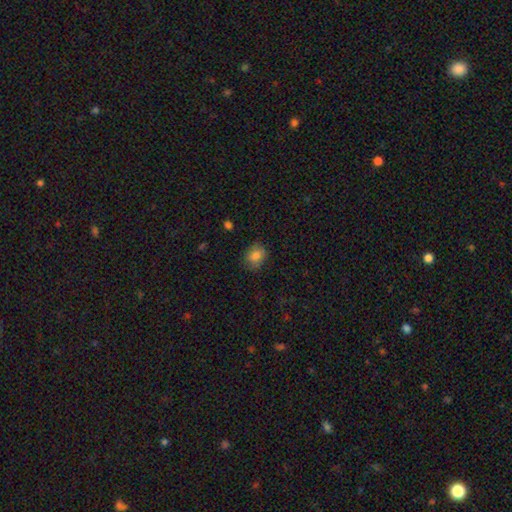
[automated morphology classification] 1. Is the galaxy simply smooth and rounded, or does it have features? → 81% smooth, 10% featured or disk, 9% star or artifact.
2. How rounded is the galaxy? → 55% round, 44% in between, 1% cigar-shaped.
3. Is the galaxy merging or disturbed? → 78% none, 17% minor disturbance, 4% major disturbance, 1% merger.